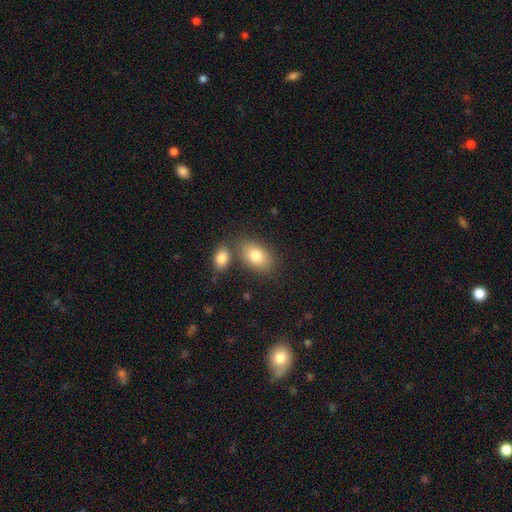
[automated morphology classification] Smooth or featured: smooth — 82% (featured or disk — 11%)
How rounded: in between — 88% (round — 10%)
Merging: none — 66% (merger — 20%)